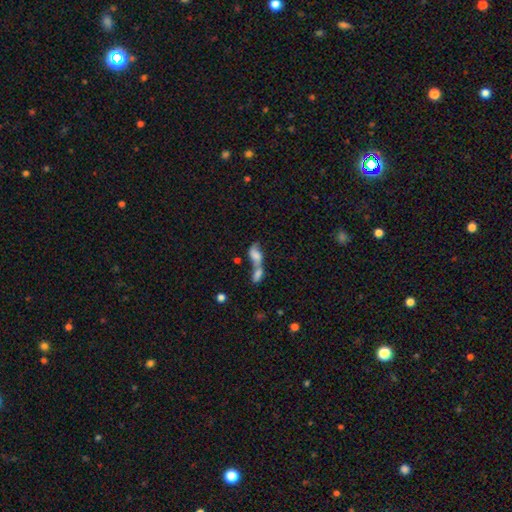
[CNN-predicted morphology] A smooth galaxy with no disk features (56%) that is in between round and cigar-shaped (80%).

Vote fractions:
- Smooth or featured? smooth: 56% / featured or disk: 33% / star or artifact: 11%
- How rounded? in between: 80% / cigar-shaped: 12% / round: 8%
- Merging? merger: 74% / none: 13% / major disturbance: 7% / minor disturbance: 6%